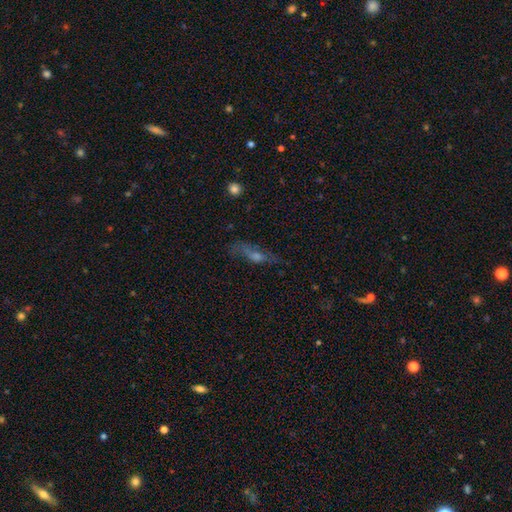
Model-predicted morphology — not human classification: Smooth or featured?
  - featured or disk: 51% *
  - smooth: 31%
  - star or artifact: 18%
Edge-on disk?
  - yes: 57% *
  - no: 43%
Merging?
  - none: 63% *
  - minor disturbance: 20%
  - major disturbance: 14%
  - merger: 3%